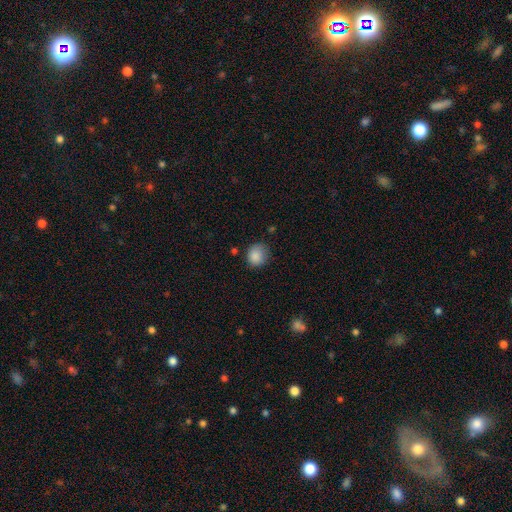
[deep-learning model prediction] Smooth or featured? smooth (87%)
How rounded? round (77%)
Merging? none (67%)